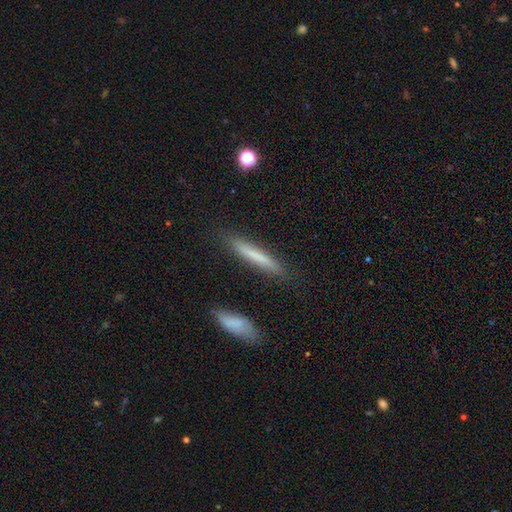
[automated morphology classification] This is likely a smooth galaxy (71%). How rounded: clearly cigar-shaped (94%). Merging: clearly none (86%).